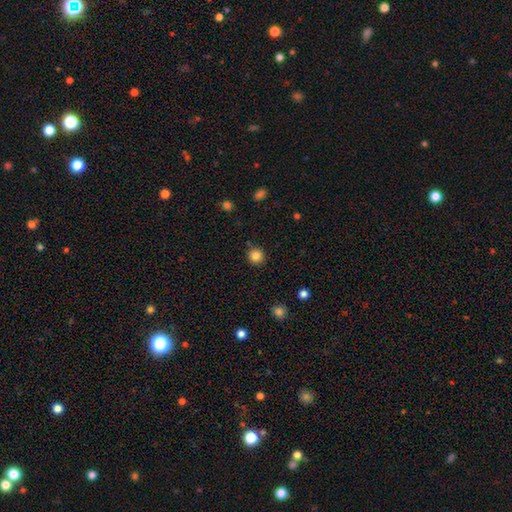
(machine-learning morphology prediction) type=smooth (84%); roundness=round (93%); merging=none (89%).